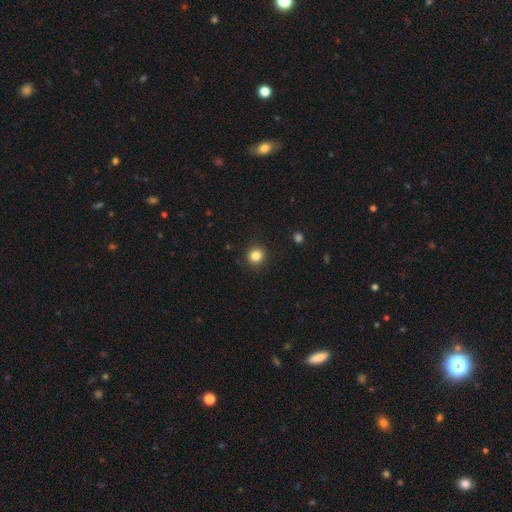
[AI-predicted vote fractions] Overall: smooth (83%). How rounded: round (89%). Merging: none (90%).